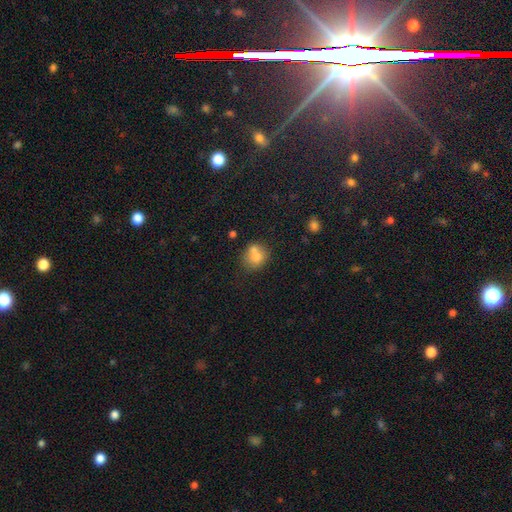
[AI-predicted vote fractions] smooth-or-featured: smooth: 70% | featured or disk: 19% | star or artifact: 11%
  how-rounded: round: 75% | in between: 24% | cigar-shaped: 1%
  merging: none: 44% | merger: 41% | minor disturbance: 11% | major disturbance: 4%